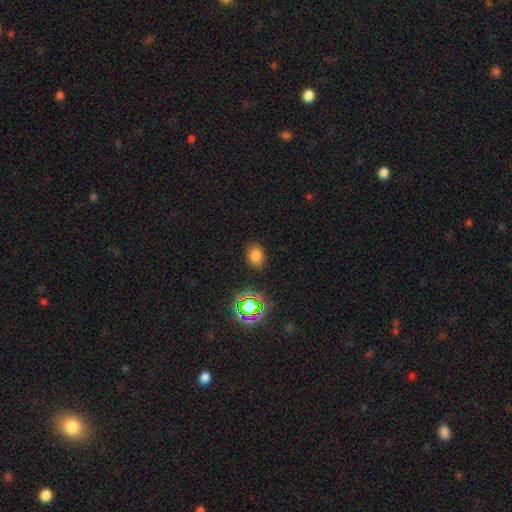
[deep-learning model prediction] Smooth or featured? smooth (74%)
How rounded? in between (64%)
Merging? none (86%)